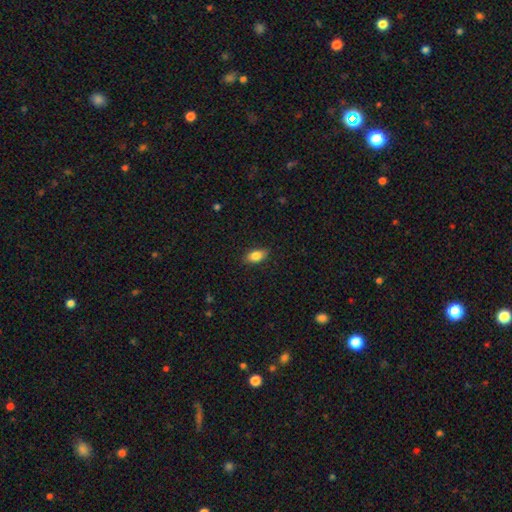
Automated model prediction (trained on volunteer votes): Smooth or featured? smooth (85%)
How rounded? in between (89%)
Merging? none (87%)